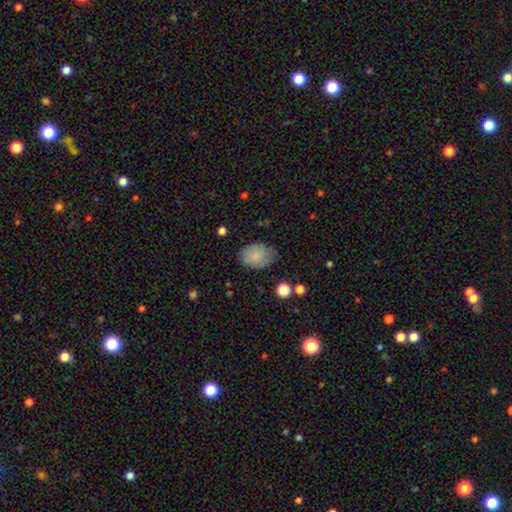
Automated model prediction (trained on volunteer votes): Smooth or featured?
  - smooth: 83% *
  - featured or disk: 9%
  - star or artifact: 8%
How rounded?
  - in between: 73% *
  - round: 26%
  - cigar-shaped: 1%
Merging?
  - none: 73% *
  - minor disturbance: 20%
  - major disturbance: 5%
  - merger: 2%